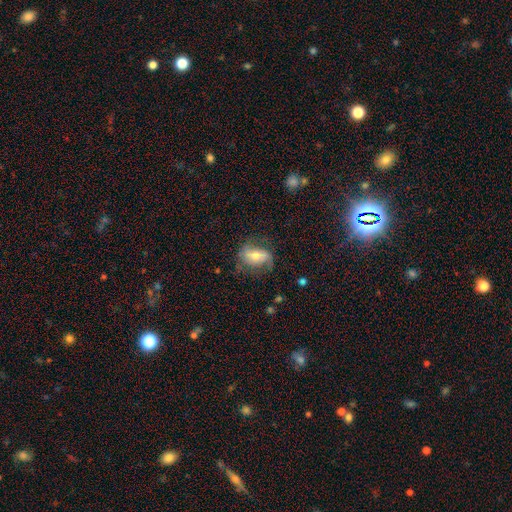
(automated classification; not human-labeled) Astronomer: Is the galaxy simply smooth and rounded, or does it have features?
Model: featured or disk — 53% (runner-up: smooth, 39%).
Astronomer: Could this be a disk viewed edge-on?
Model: no — 93%.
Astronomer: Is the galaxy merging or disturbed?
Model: none — 59%.